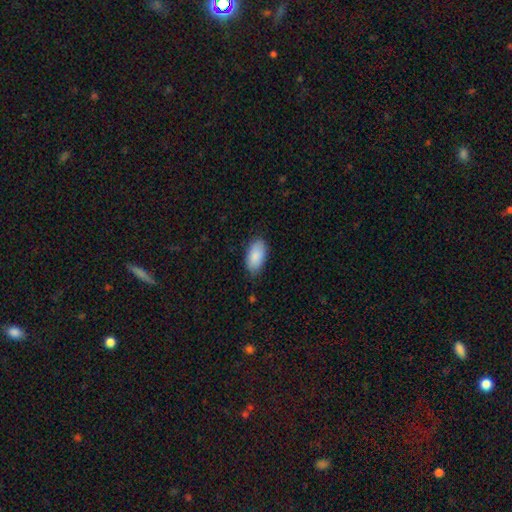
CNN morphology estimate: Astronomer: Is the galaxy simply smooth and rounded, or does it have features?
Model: smooth — 89%.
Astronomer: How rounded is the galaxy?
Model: in between — 95%.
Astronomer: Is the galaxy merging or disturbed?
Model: none — 81%.